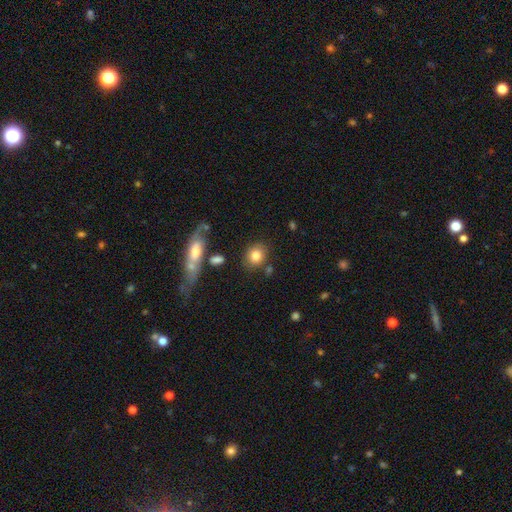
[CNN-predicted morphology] Overall: smooth (83%). How rounded: round (66%; in between 33%). Merging: none (78%).